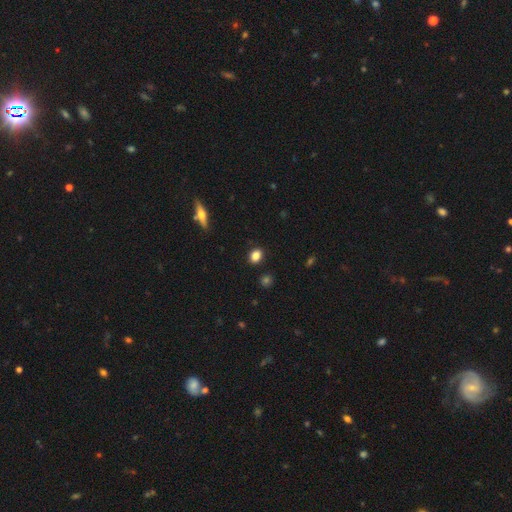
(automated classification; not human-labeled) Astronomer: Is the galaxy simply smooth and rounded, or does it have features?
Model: smooth — 85%.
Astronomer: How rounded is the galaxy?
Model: in between — 53% (runner-up: round, 45%).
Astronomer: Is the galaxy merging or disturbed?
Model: none — 89%.